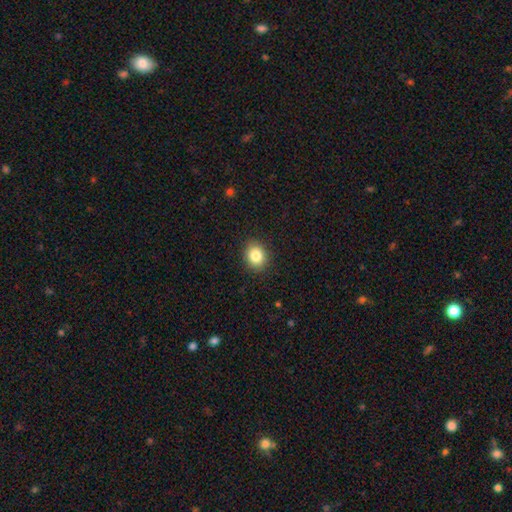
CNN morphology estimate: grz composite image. It shows a smooth galaxy with no disk features (84%) that is round (54%). Merging: none (89%).